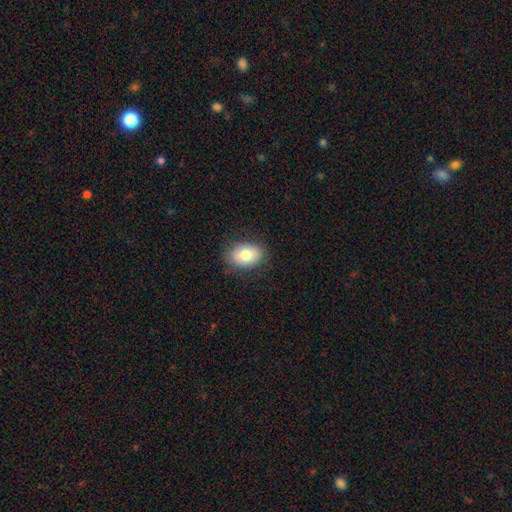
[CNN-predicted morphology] Smooth or featured: smooth — 77% (star or artifact — 13%)
How rounded: in between — 79% (round — 20%)
Merging: none — 89% (minor disturbance — 8%)